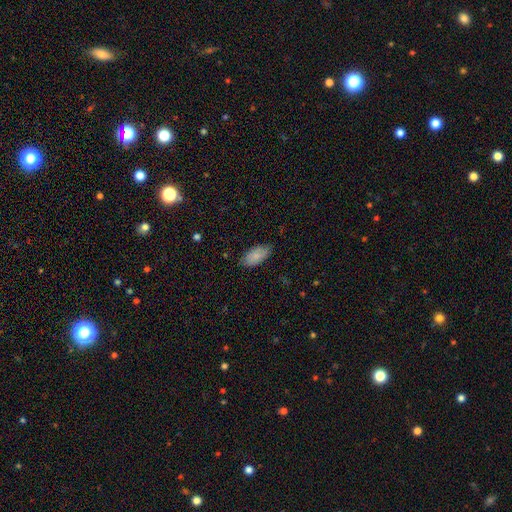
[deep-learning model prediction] The model was most divided on "merging": none: 79%, minor disturbance: 18%, major disturbance: 3%, merger: 1%. More confident: how rounded — in between (93%); smooth or featured — smooth (83%).